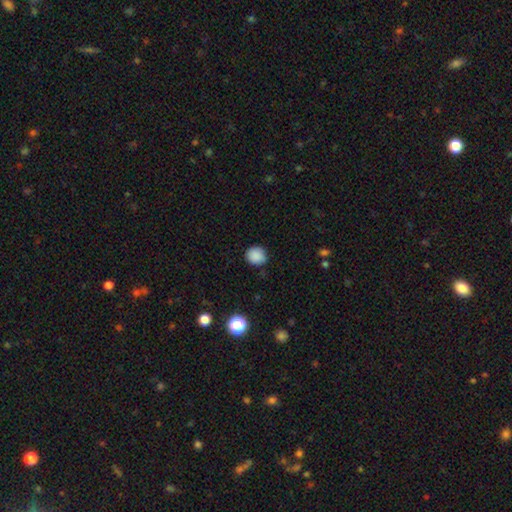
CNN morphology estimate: smooth-or-featured: smooth: 87% | star or artifact: 10% | featured or disk: 3%
  how-rounded: round: 85% | in between: 14% | cigar-shaped: 1%
  merging: none: 85% | minor disturbance: 11% | major disturbance: 2% | merger: 1%